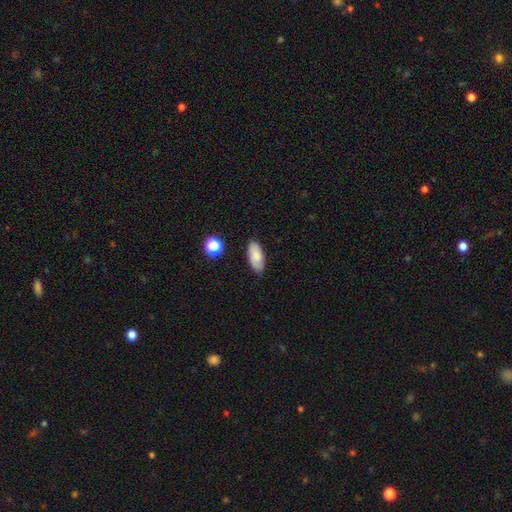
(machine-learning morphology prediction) smooth_or_featured: smooth (p=0.82) [alt: featured or disk p=0.10]
how_rounded: in between (p=0.89) [alt: cigar-shaped p=0.08]
merging: none (p=0.84) [alt: minor disturbance p=0.12]